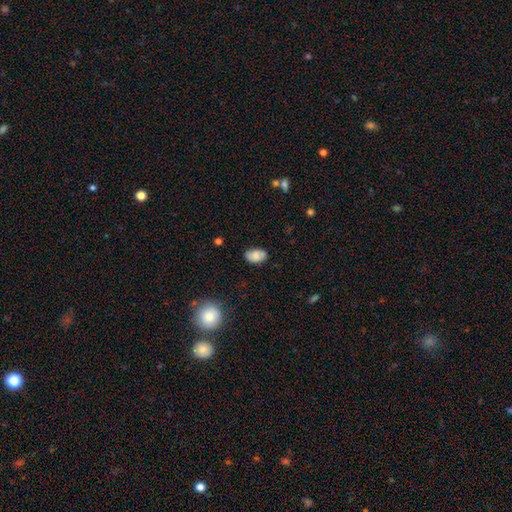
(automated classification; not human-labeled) smooth 75%, featured or disk 17%, star or artifact 8%. Down the decision tree: how rounded — in between (90%); merging — none (80%).